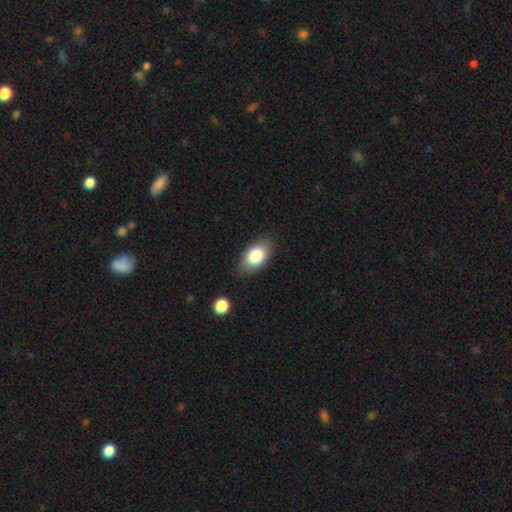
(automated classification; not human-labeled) Smooth or featured: smooth — 82% (featured or disk — 10%)
How rounded: in between — 89% (round — 9%)
Merging: none — 82% (minor disturbance — 13%)